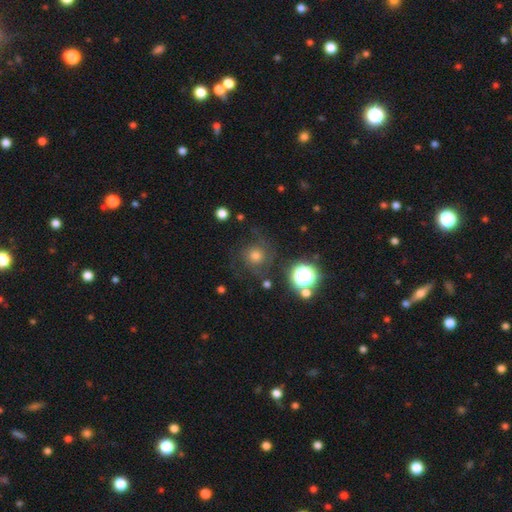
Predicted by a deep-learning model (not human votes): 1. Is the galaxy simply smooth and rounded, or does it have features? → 43% smooth, 35% featured or disk, 22% star or artifact.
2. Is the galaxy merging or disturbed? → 69% none, 16% minor disturbance, 13% major disturbance, 3% merger.